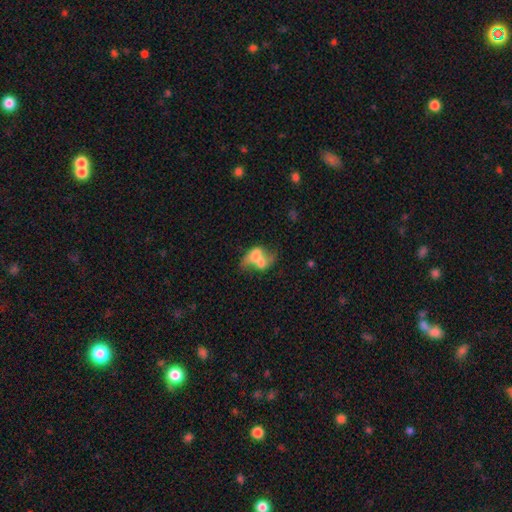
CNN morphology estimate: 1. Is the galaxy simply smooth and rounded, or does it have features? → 50% smooth, 40% featured or disk, 9% star or artifact.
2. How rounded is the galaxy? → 72% in between, 25% round, 2% cigar-shaped.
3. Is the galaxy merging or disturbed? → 71% merger, 12% none, 11% major disturbance, 7% minor disturbance.